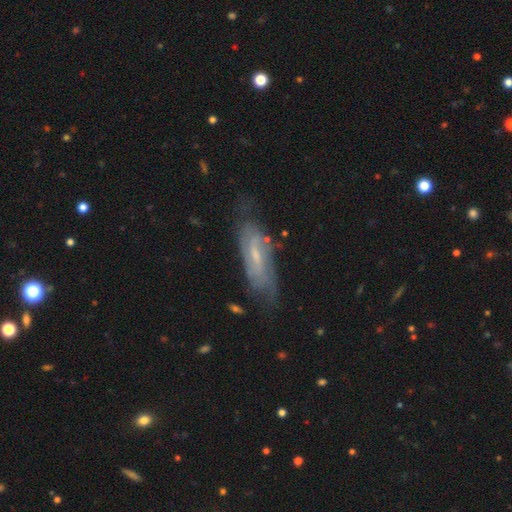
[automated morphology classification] smooth-or-featured: featured or disk: 71% | smooth: 22% | star or artifact: 8%
  disk-edge-on: no: 79% | yes: 21%
    bar: weak: 51% | no: 29% | strong: 19%
    has-spiral-arms: yes: 84% | no: 16%
    bulge-size: small: 61% | moderate: 28% | none: 9% | large: 2% | dominant: 1%
  merging: none: 66% | minor disturbance: 23% | major disturbance: 8% | merger: 2%